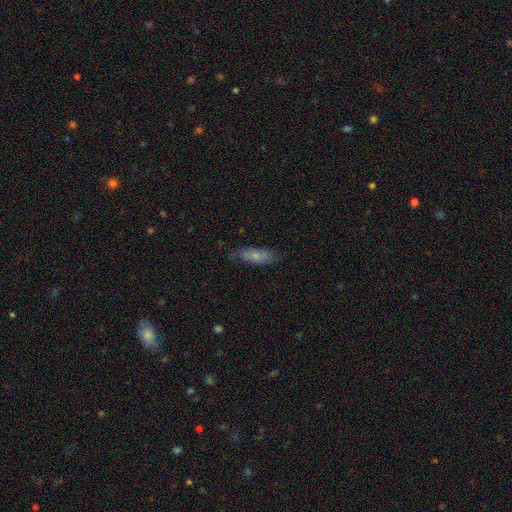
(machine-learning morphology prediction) Smooth or featured? Predicted: smooth (p=0.57). How rounded? Predicted: in between (p=0.58). Merging? Predicted: none (p=0.70).